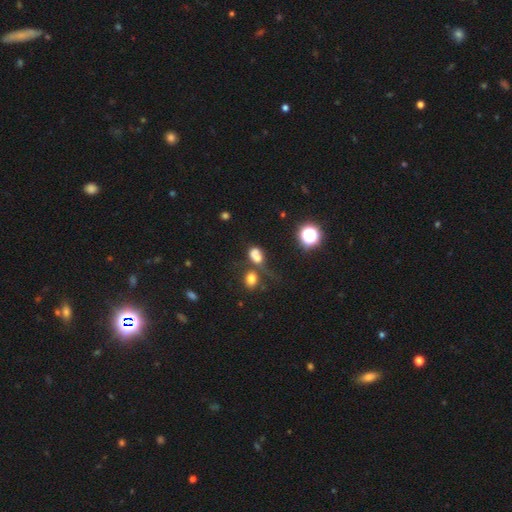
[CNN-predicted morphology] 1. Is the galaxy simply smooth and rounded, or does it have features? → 66% smooth, 20% star or artifact, 14% featured or disk.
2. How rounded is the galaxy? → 59% in between, 38% round, 3% cigar-shaped.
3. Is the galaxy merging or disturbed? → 51% merger, 23% none, 14% major disturbance, 12% minor disturbance.